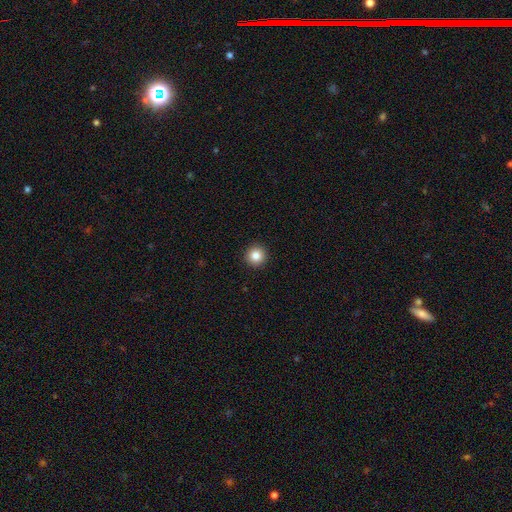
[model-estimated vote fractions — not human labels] Overall: smooth (85%). How rounded: round (96%). Merging: none (93%).